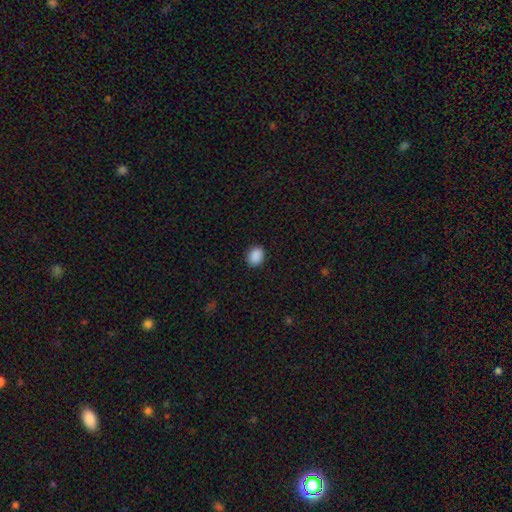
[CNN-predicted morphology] Smooth or featured? Predicted: smooth (p=0.89). How rounded? Predicted: in between (p=0.54). Merging? Predicted: none (p=0.89).